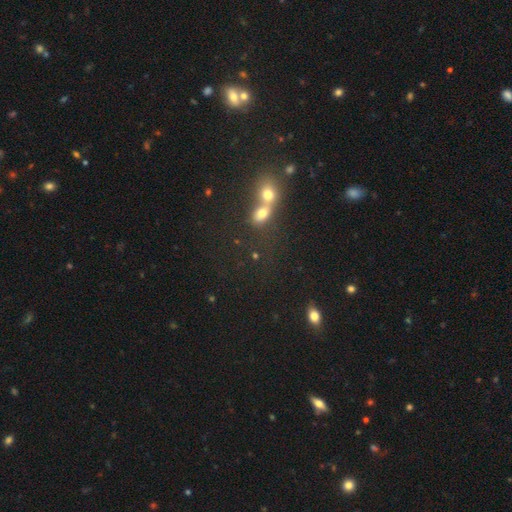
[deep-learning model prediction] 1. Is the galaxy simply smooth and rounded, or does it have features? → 57% smooth, 27% star or artifact, 16% featured or disk.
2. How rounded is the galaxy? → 52% round, 44% in between, 4% cigar-shaped.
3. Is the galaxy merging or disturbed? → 61% merger, 27% none, 7% minor disturbance, 5% major disturbance.